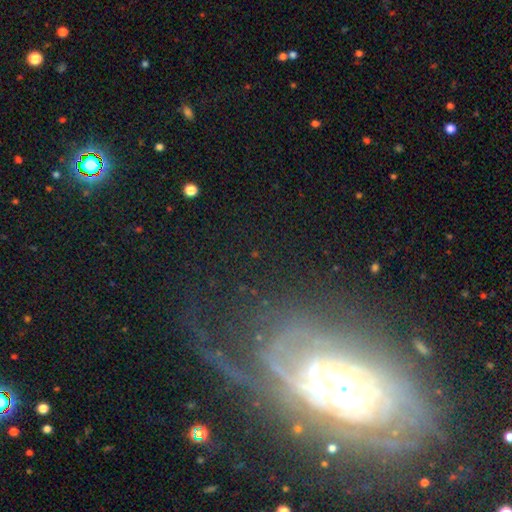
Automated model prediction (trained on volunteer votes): This is likely a featured or disk galaxy (68%). It is clearly not viewed edge-on (88%). Bar: possibly no (56%). Spiral arm pattern: likely yes (77%). Central bulge: marginally moderate (39%). Merging: possibly none (58%).